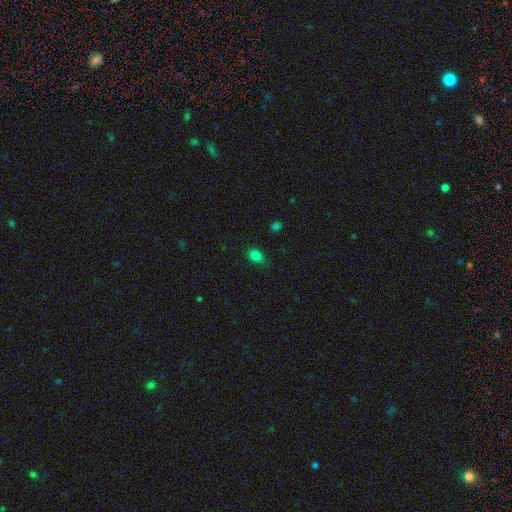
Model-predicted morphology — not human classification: Q: Smooth or featured?
A: smooth (80%); runner-up: star or artifact (14%)
Q: How rounded?
A: in between (64%); runner-up: round (34%)
Q: Merging?
A: none (79%); runner-up: minor disturbance (16%)